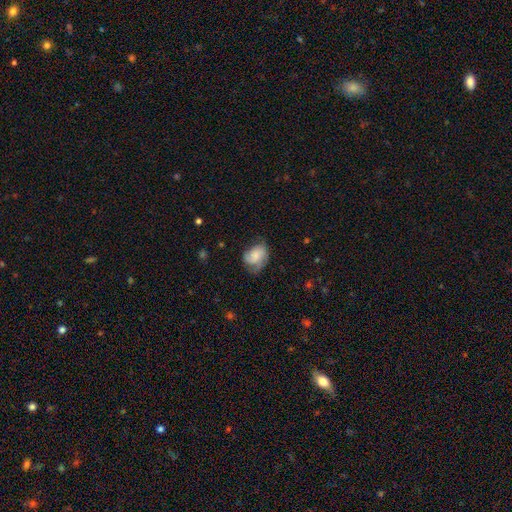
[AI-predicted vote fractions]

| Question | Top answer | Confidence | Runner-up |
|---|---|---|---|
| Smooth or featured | smooth | 52% | featured or disk (40%) |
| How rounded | in between | 65% | round (33%) |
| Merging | none | 46% | minor disturbance (33%) |